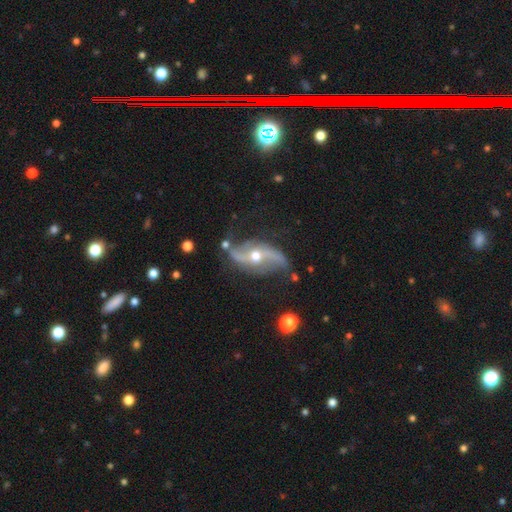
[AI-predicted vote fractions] This appears to be a featured or disk galaxy (89%) with no bar (46%), 2 (93%) loose (82%) spiral arms (96%) and a moderate central bulge (67%). Merging: none (73%).